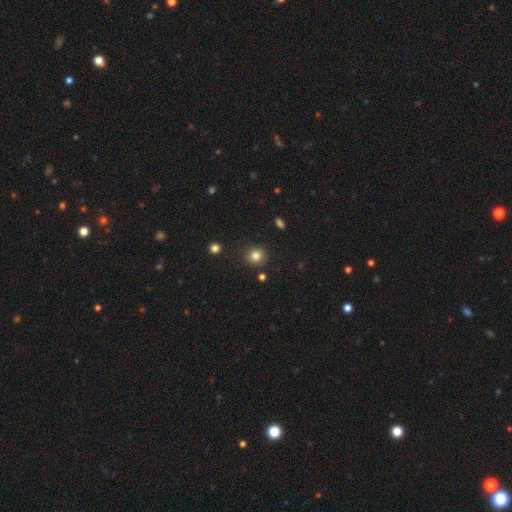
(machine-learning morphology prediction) smooth_or_featured: smooth (p=0.82) [alt: star or artifact p=0.12]
how_rounded: round (p=0.90) [alt: in between p=0.09]
merging: none (p=0.87) [alt: minor disturbance p=0.08]